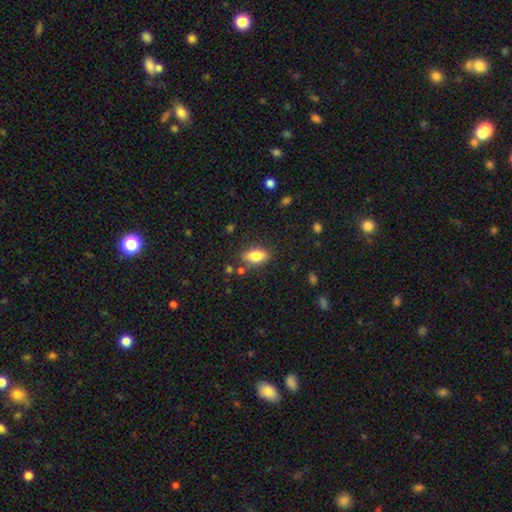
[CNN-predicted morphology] Smooth or featured? smooth (82%)
How rounded? in between (88%)
Merging? none (82%)